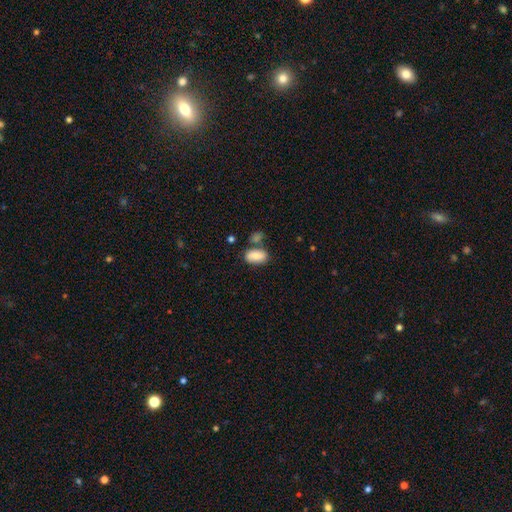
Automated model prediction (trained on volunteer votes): Smooth or featured? smooth (82%)
How rounded? in between (92%)
Merging? none (58%)